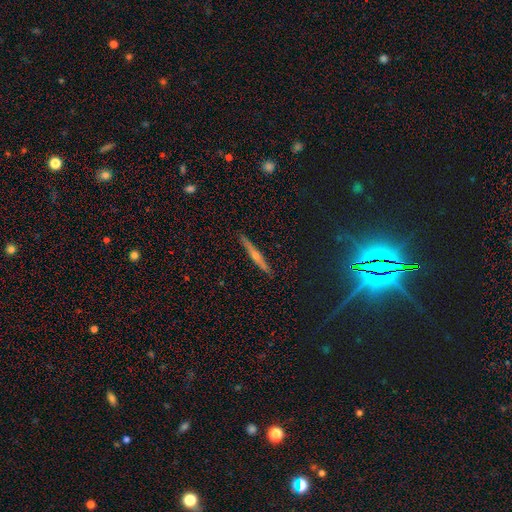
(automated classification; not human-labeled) Smooth or featured?
  - featured or disk: 67% *
  - smooth: 23%
  - star or artifact: 10%
Edge-on disk?
  - yes: 97% *
  - no: 3%
Edge-on bulge?
  - rounded: 85% *
  - none: 12%
  - boxy: 4%
Merging?
  - none: 91% *
  - minor disturbance: 7%
  - major disturbance: 1%
  - merger: 1%